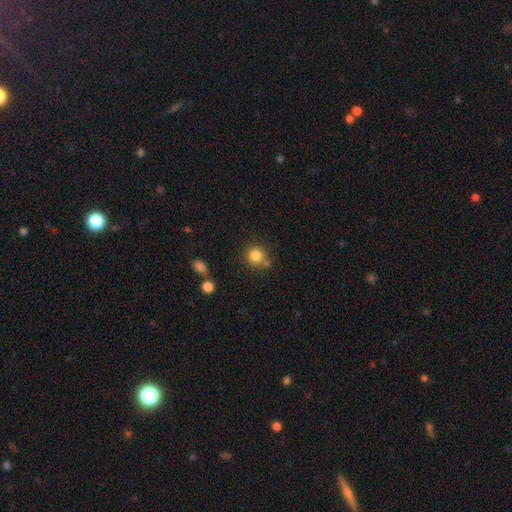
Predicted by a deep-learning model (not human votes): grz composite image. It shows a smooth galaxy with no disk features (84%) that is round (91%). Merging: none (72%).